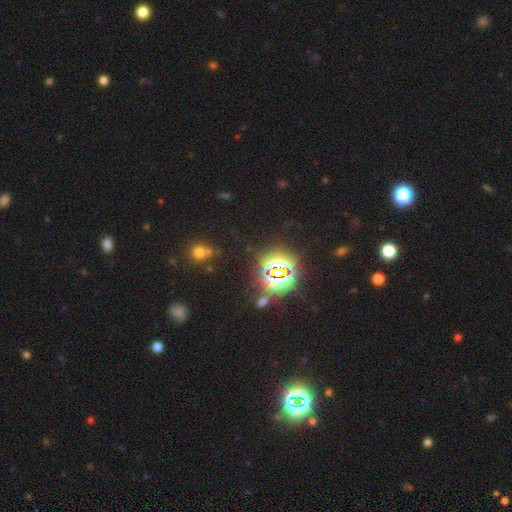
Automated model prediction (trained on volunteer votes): The model was most divided on "smooth or featured": star or artifact: 76%, smooth: 17%, featured or disk: 7%.